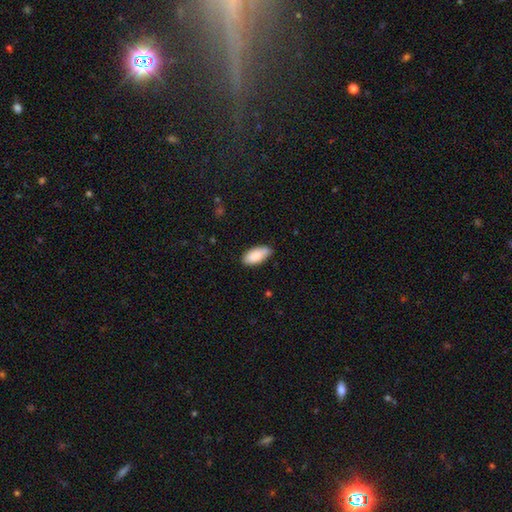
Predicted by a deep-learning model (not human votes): A smooth galaxy with no disk features (85%) that is in between round and cigar-shaped (93%).

Vote fractions:
- Smooth or featured? smooth: 85% / featured or disk: 9% / star or artifact: 6%
- How rounded? in between: 93% / cigar-shaped: 5% / round: 2%
- Merging? none: 74% / minor disturbance: 21% / major disturbance: 3% / merger: 1%